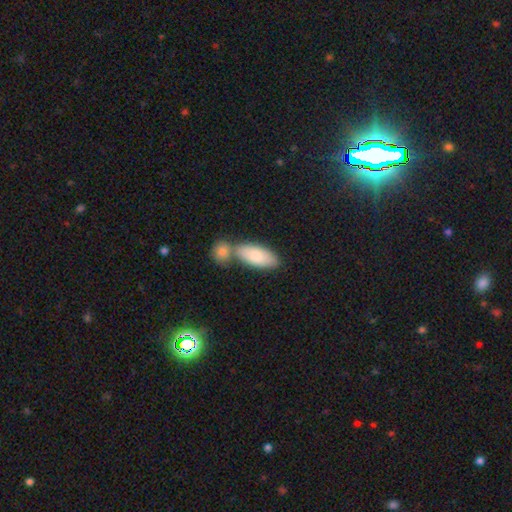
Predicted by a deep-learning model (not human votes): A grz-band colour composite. It shows a smooth galaxy with no disk features (80%) that is in between round and cigar-shaped (85%). Merging: none (47%).